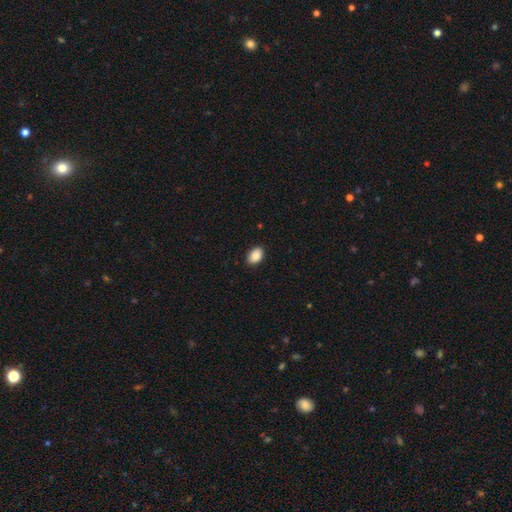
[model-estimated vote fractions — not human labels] smooth_or_featured: smooth (p=0.90) [alt: star or artifact p=0.07]
how_rounded: in between (p=0.88) [alt: round p=0.11]
merging: none (p=0.89) [alt: minor disturbance p=0.08]